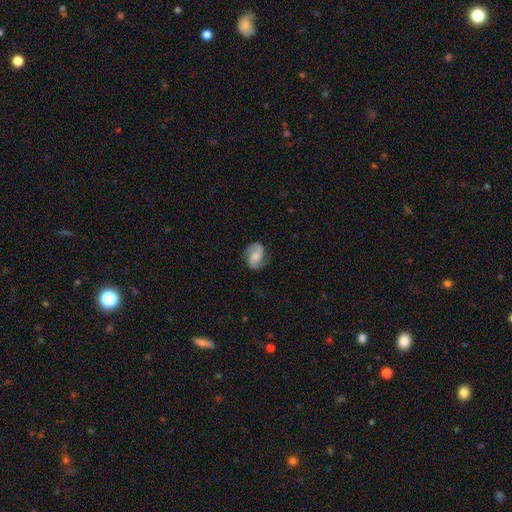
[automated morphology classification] type=featured or disk (61%); edge-on=no (97%); bar=no (53%); spiral arms=yes (93%); winding=medium (45%); arm count=2 (89%); bulge=moderate (32%); merging=none (76%).